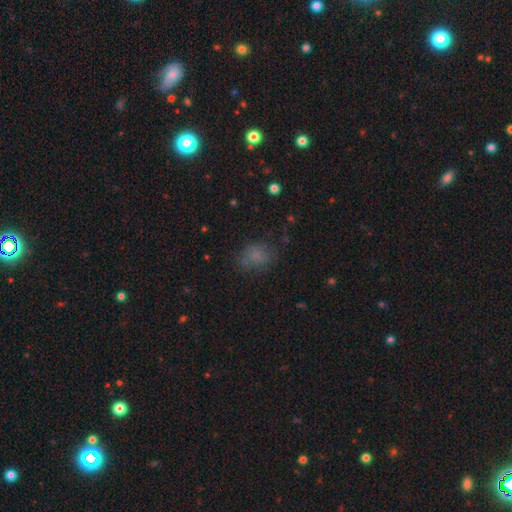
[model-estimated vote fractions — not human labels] A smooth galaxy with no disk features (74%) that is in between round and cigar-shaped (63%).

Vote fractions:
- Smooth or featured? smooth: 74% / star or artifact: 15% / featured or disk: 12%
- How rounded? in between: 63% / round: 35% / cigar-shaped: 1%
- Merging? none: 65% / minor disturbance: 22% / major disturbance: 11% / merger: 2%